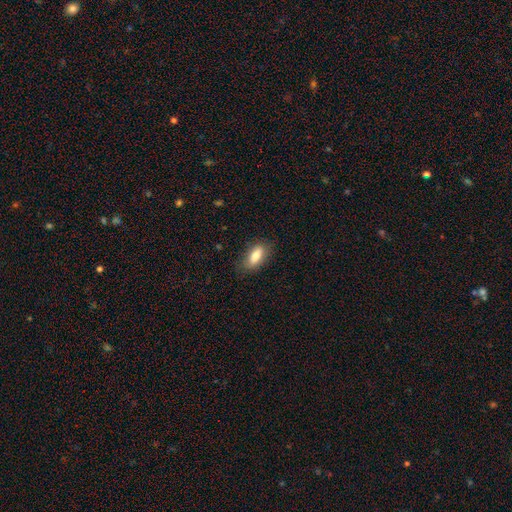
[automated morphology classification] Q: Smooth or featured?
A: smooth (77%); runner-up: featured or disk (16%)
Q: How rounded?
A: in between (80%); runner-up: cigar-shaped (16%)
Q: Merging?
A: none (80%); runner-up: minor disturbance (15%)